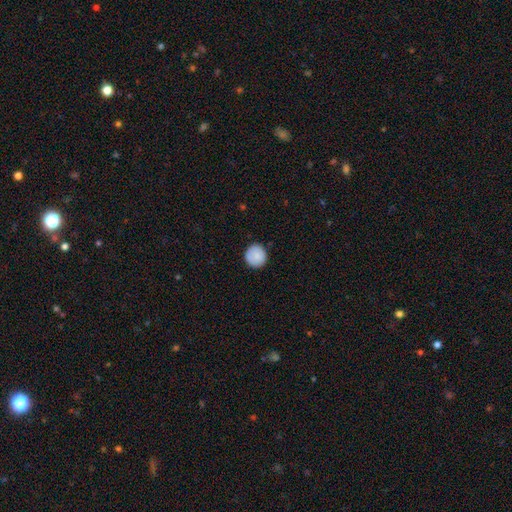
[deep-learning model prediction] A smooth galaxy with no disk features (87%) that is round (94%). Merging: none (88%).